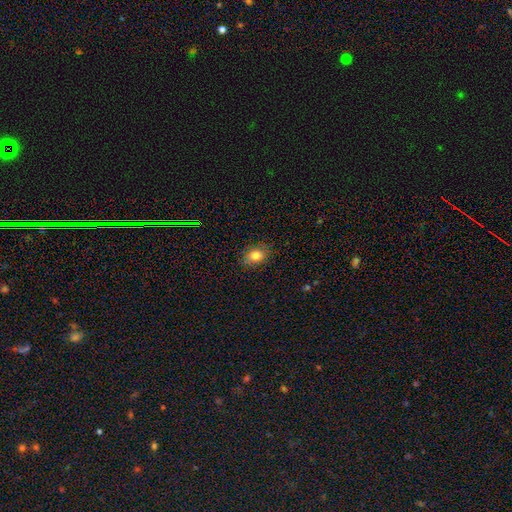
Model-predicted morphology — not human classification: Smooth or featured: smooth — 82% (star or artifact — 10%)
How rounded: in between — 68% (round — 31%)
Merging: none — 82% (minor disturbance — 13%)